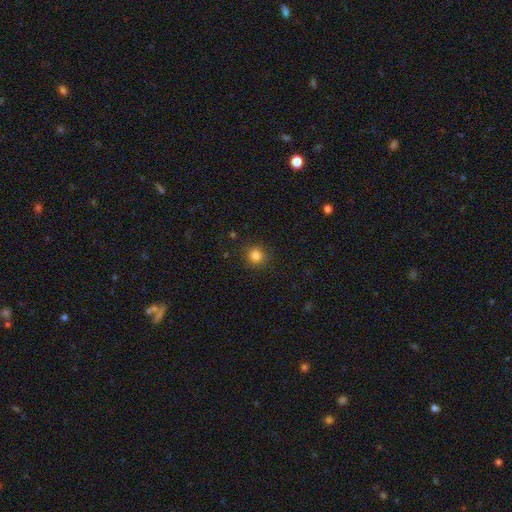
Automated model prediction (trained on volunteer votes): This appears to be a smooth galaxy with no disk features (83%) that is round (90%). Merging: none (88%).